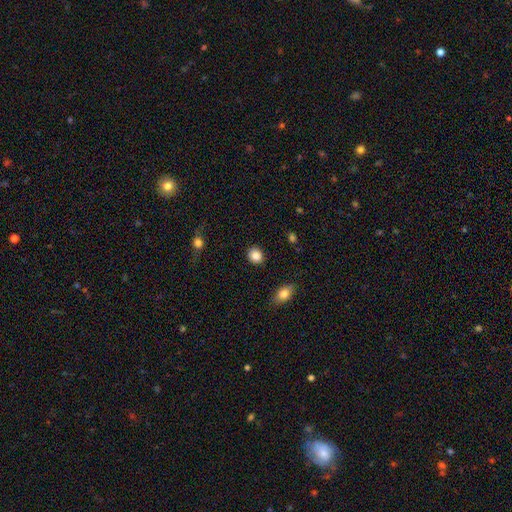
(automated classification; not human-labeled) Smooth or featured? Predicted: smooth (p=0.87). How rounded? Predicted: round (p=0.73). Merging? Predicted: none (p=0.89).